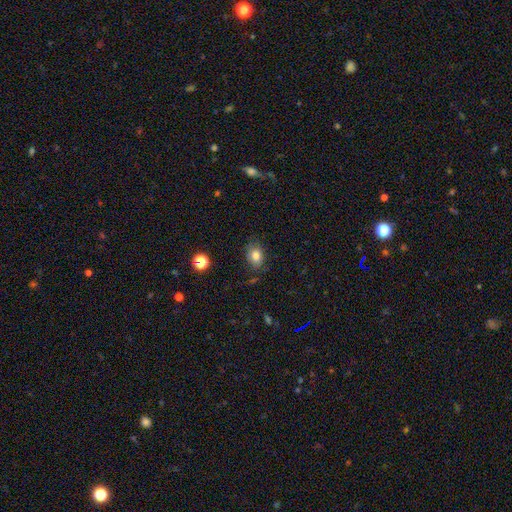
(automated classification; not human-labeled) This appears to be a smooth galaxy with no disk features (80%) that is in between round and cigar-shaped (67%). Merging: none (78%).